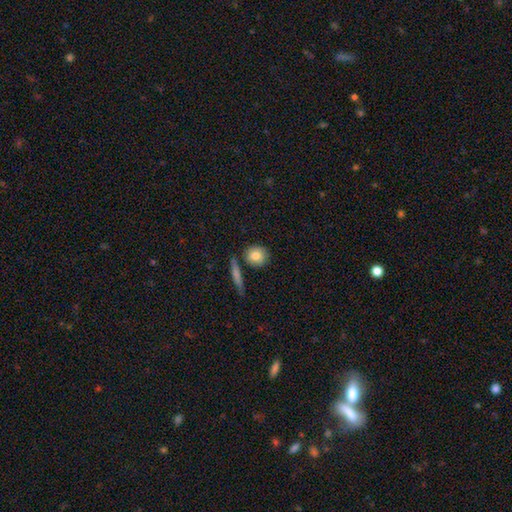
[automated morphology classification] smooth 81%, featured or disk 12%, star or artifact 7%. Down the decision tree: how rounded — round (80%); merging — none (75%).